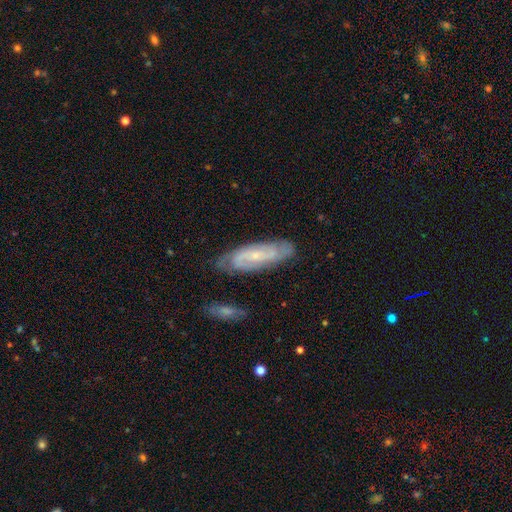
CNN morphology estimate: Q: Smooth or featured?
A: featured or disk (77%); runner-up: smooth (16%)
Q: Edge-on disk?
A: no (87%); runner-up: yes (13%)
Q: Bar?
A: no (44%); runner-up: weak (41%)
Q: Spiral arms?
A: yes (93%); runner-up: no (7%)
Q: Spiral winding?
A: tight (46%); runner-up: medium (40%)
Q: Spiral arm count?
A: 2 (59%); runner-up: can't tell (23%)
Q: Bulge size?
A: small (76%); runner-up: moderate (18%)
Q: Merging?
A: none (76%); runner-up: minor disturbance (17%)